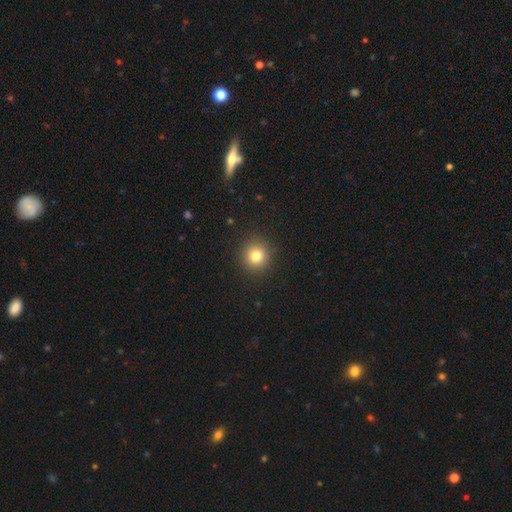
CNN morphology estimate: This is likely a smooth galaxy (79%). How rounded: clearly round (93%). Merging: clearly none (92%).